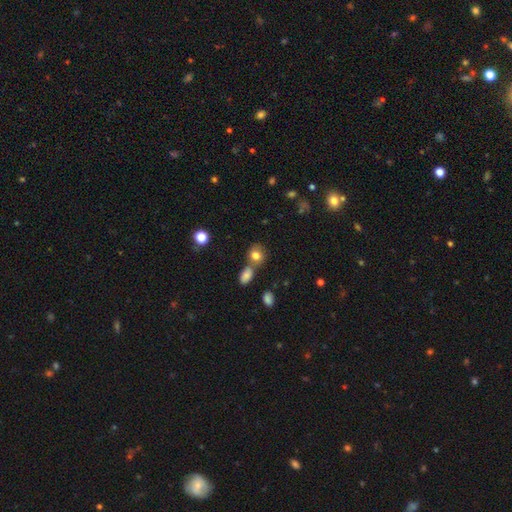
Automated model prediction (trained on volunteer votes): Smooth or featured? smooth (79%)
How rounded? round (66%)
Merging? none (53%)